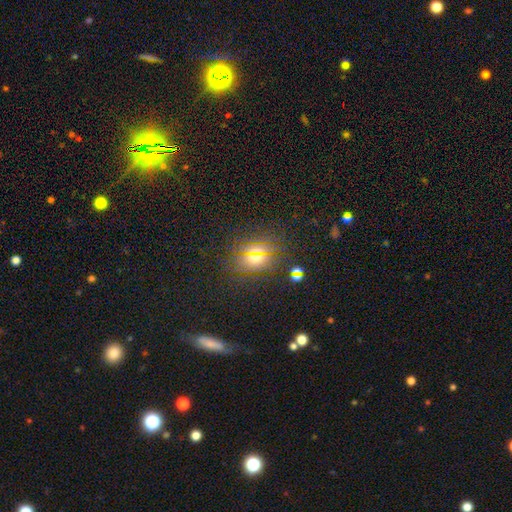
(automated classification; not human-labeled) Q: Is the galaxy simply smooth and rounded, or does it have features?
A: smooth — 51%.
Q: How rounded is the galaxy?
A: round — 52%.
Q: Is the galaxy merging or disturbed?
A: none — 80%.